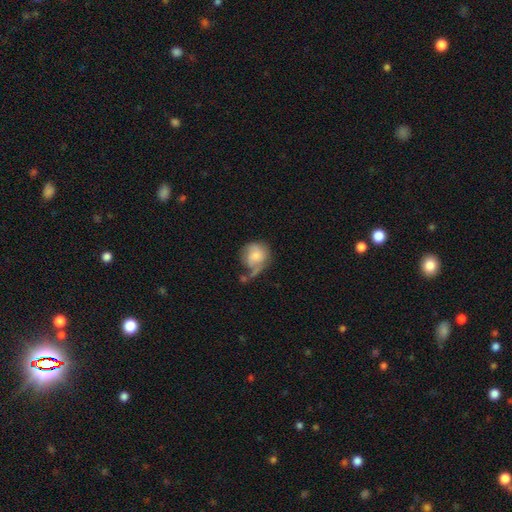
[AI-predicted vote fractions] The model was most divided on "merging": none: 32%, minor disturbance: 27%, major disturbance: 26%, merger: 15%. More confident: how rounded — round (78%); smooth or featured — smooth (66%).